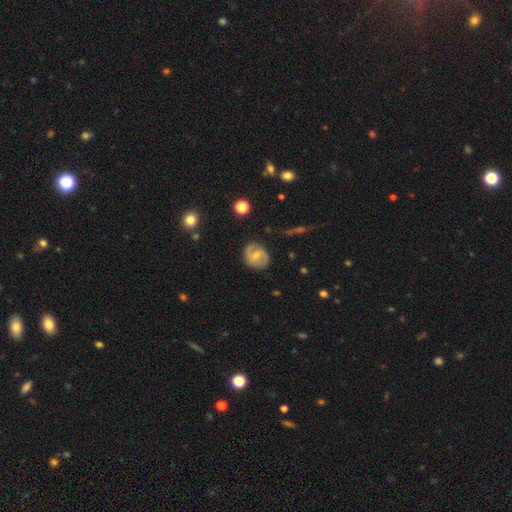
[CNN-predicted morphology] A featured or disk galaxy (68%) with a weak bar (52%), 2 (86%) medium (48%) spiral arms (88%) and a small central bulge (54%). Merging: none (79%).